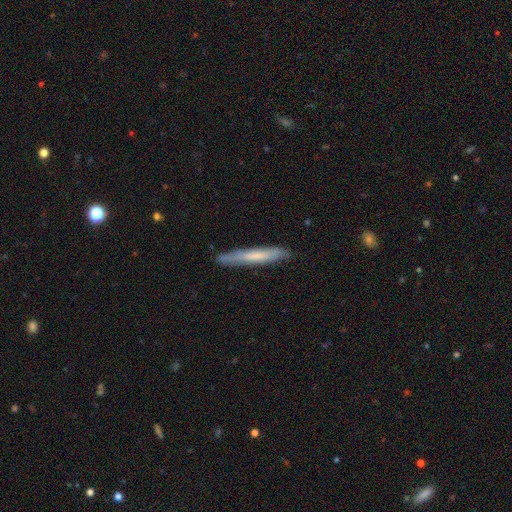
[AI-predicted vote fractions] Smooth or featured?
  - smooth: 57% *
  - featured or disk: 37%
  - star or artifact: 6%
How rounded?
  - cigar-shaped: 95% *
  - in between: 4%
  - round: 1%
Merging?
  - none: 84% *
  - minor disturbance: 12%
  - major disturbance: 2%
  - merger: 1%